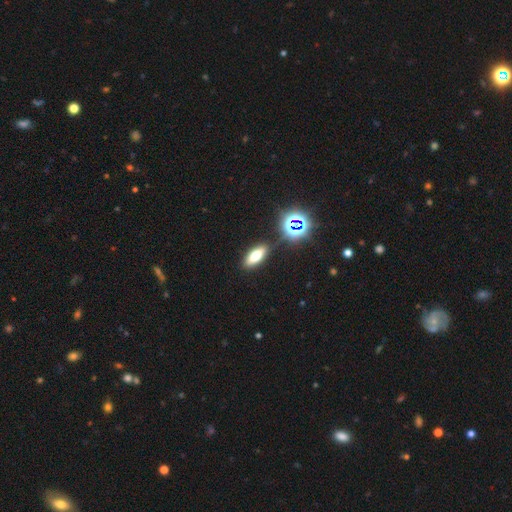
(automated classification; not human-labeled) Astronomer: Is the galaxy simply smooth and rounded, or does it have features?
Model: smooth — 60%.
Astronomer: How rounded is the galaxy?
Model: in between — 70%.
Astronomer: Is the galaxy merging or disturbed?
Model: none — 83%.